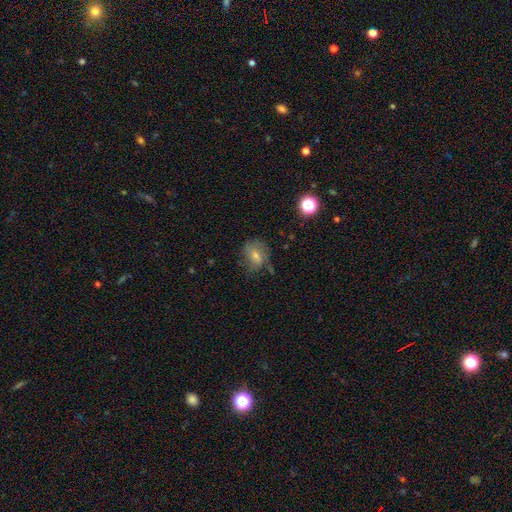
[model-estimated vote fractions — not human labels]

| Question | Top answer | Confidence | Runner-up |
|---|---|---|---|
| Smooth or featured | smooth | 52% | featured or disk (37%) |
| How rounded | in between | 57% | round (42%) |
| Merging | none | 50% | minor disturbance (28%) |